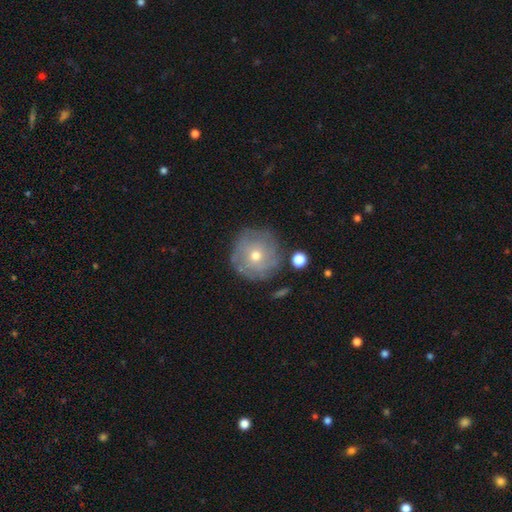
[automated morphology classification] Smooth or featured? Predicted: featured or disk (p=0.56). Edge-on disk? Predicted: no (p=0.96). Bar? Predicted: no (p=0.85). Spiral arms? Predicted: yes (p=0.65). Bulge size? Predicted: moderate (p=0.57). Merging? Predicted: none (p=0.79).